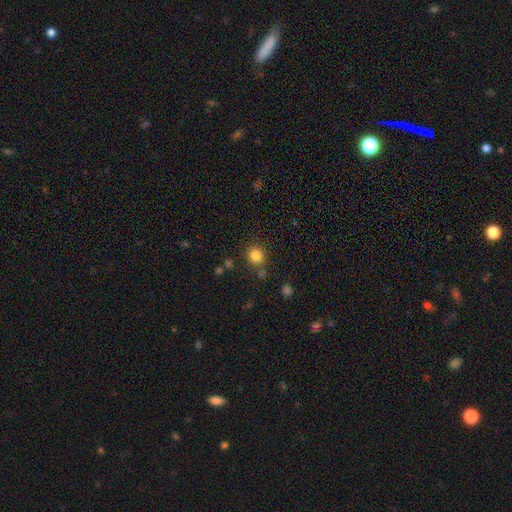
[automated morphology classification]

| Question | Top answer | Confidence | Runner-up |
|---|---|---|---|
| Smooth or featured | smooth | 83% | star or artifact (12%) |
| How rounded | round | 88% | in between (12%) |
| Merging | none | 83% | minor disturbance (9%) |